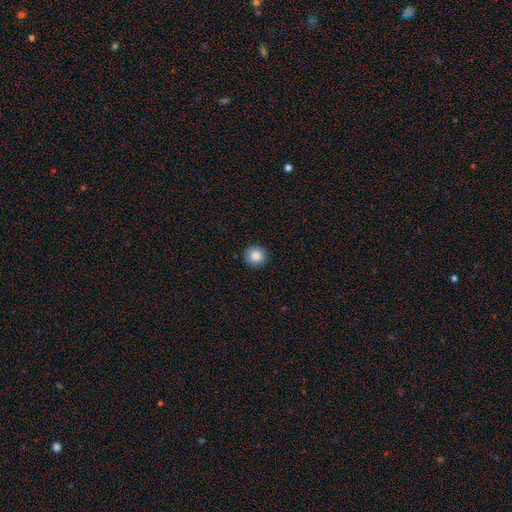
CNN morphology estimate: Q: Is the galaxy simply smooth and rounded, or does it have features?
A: smooth — 85%.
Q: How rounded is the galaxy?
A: round — 95%.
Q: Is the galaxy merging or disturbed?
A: none — 93%.